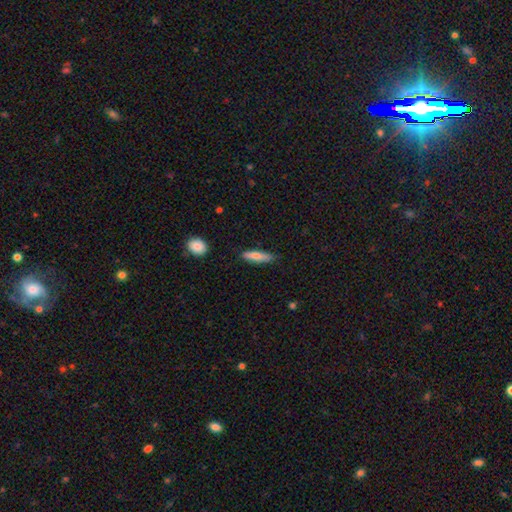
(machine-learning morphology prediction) This is likely a smooth galaxy (73%). How rounded: likely cigar-shaped (73%). Merging: clearly none (82%).